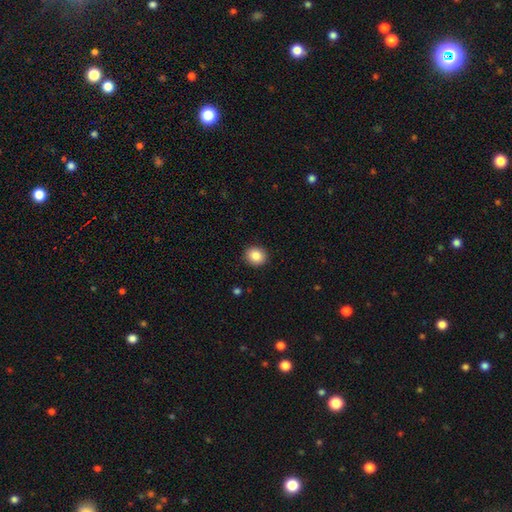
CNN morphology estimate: Smooth or featured?
  - smooth: 87% *
  - star or artifact: 9%
  - featured or disk: 5%
How rounded?
  - round: 78% *
  - in between: 21%
  - cigar-shaped: 1%
Merging?
  - none: 91% *
  - minor disturbance: 6%
  - major disturbance: 2%
  - merger: 1%